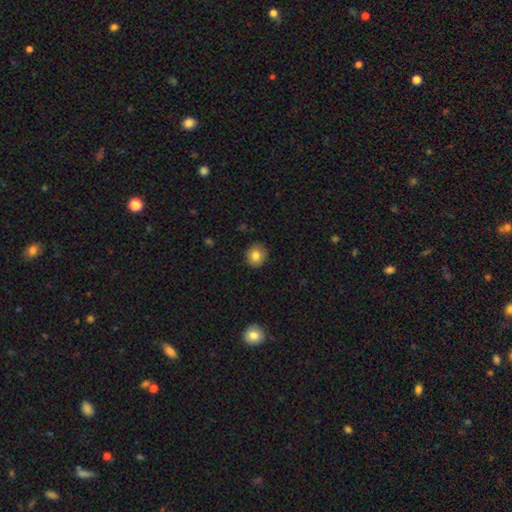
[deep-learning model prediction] Smooth or featured: smooth — 81% (featured or disk — 10%)
How rounded: round — 85% (in between — 14%)
Merging: none — 89% (minor disturbance — 8%)